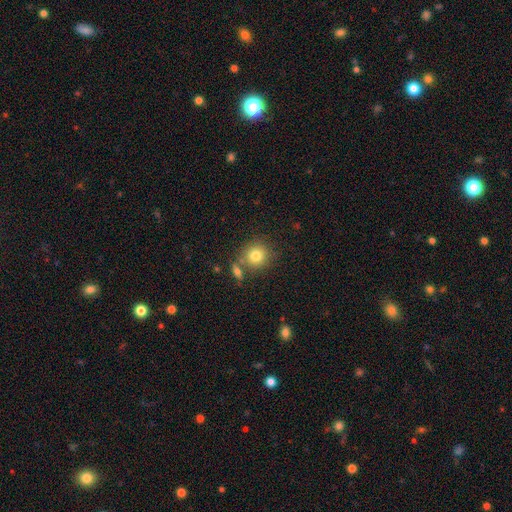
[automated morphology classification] type=smooth (79%); roundness=round (89%); merging=none (68%).